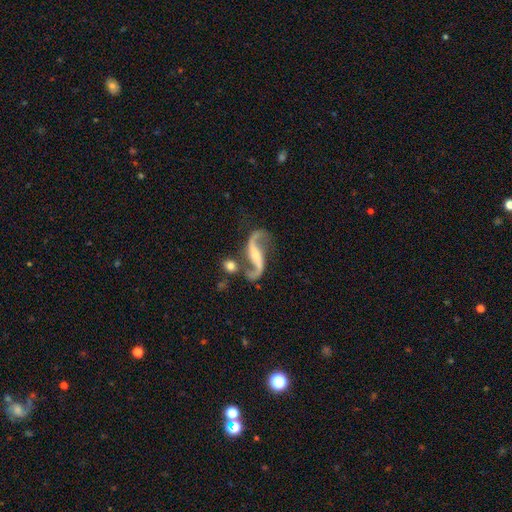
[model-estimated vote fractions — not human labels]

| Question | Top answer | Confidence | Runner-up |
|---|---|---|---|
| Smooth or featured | featured or disk | 91% | star or artifact (5%) |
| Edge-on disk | no | 96% | yes (4%) |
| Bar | strong | 36% | weak (32%) |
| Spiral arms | yes | 97% | no (3%) |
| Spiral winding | loose | 83% | medium (14%) |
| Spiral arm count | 2 | 93% | 1 (2%) |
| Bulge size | small | 53% | moderate (30%) |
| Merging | none | 61% | merger (15%) |